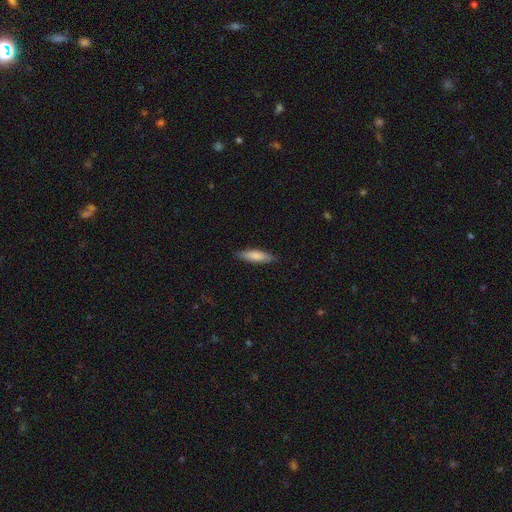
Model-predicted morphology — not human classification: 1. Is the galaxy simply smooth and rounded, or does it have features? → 80% smooth, 15% featured or disk, 5% star or artifact.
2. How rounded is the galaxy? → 65% cigar-shaped, 34% in between, 2% round.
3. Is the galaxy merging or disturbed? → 86% none, 11% minor disturbance, 2% major disturbance, 1% merger.